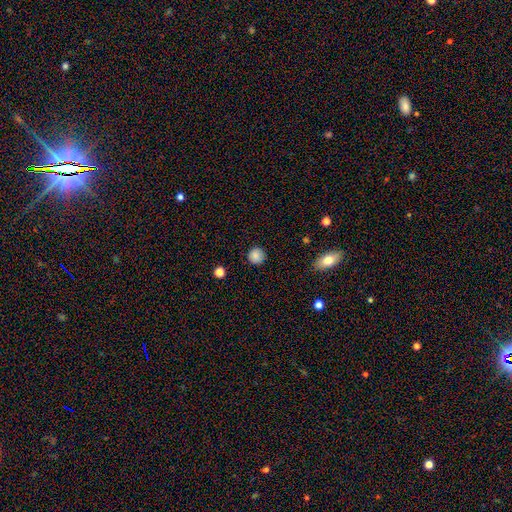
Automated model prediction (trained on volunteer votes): The model was most divided on "smooth or featured": smooth: 86%, star or artifact: 10%, featured or disk: 4%. More confident: how rounded — round (94%); merging — none (90%).